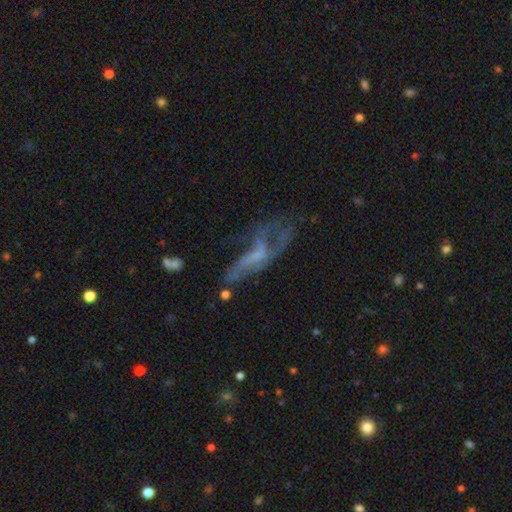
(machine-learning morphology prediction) This is likely a featured or disk galaxy (61%). It is clearly not viewed edge-on (81%). Bar: possibly no (54%). Spiral arm pattern: possibly no (54%). Central bulge: possibly none (57%). Merging: marginally major disturbance (41%).